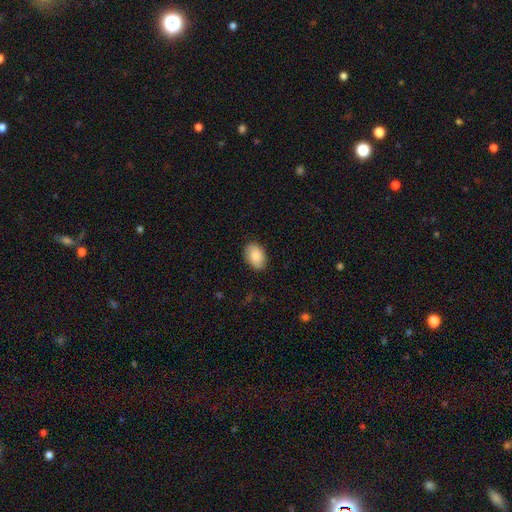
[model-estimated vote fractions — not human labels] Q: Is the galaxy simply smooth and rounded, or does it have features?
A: smooth — 81%.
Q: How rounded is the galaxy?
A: in between — 86%.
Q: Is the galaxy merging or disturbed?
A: none — 86%.